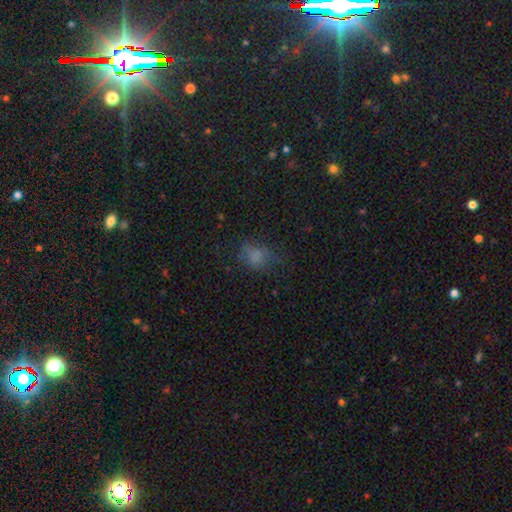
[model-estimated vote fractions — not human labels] Smooth or featured?
  - smooth: 67% *
  - star or artifact: 21%
  - featured or disk: 13%
How rounded?
  - in between: 56% *
  - round: 42%
  - cigar-shaped: 2%
Merging?
  - none: 57% *
  - minor disturbance: 23%
  - major disturbance: 18%
  - merger: 2%